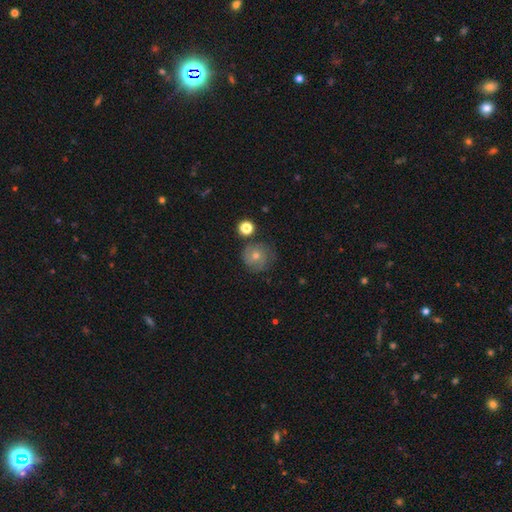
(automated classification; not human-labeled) Smooth or featured: smooth — 49% (featured or disk — 35%)
Merging: none — 76% (minor disturbance — 15%)